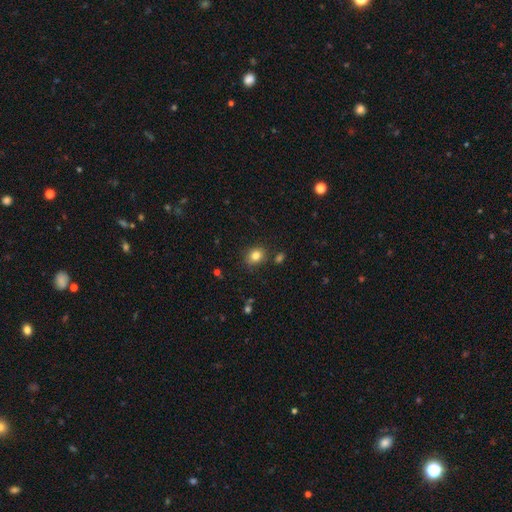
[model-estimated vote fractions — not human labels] Smooth or featured? Predicted: smooth (p=0.82). How rounded? Predicted: round (p=0.64). Merging? Predicted: none (p=0.81).